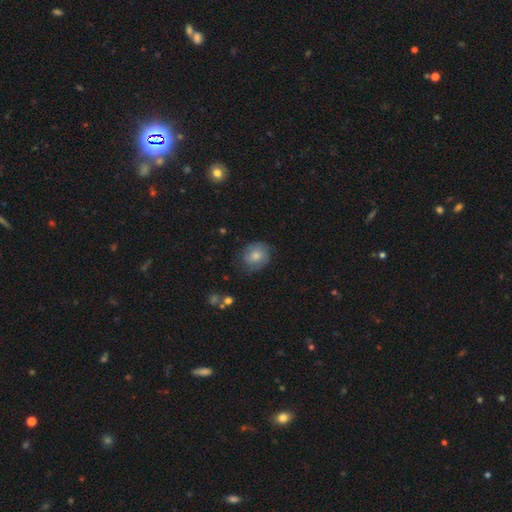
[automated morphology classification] smooth-or-featured: smooth: 69% | featured or disk: 24% | star or artifact: 8%
  how-rounded: round: 70% | in between: 29% | cigar-shaped: 1%
  merging: none: 70% | minor disturbance: 22% | major disturbance: 6% | merger: 1%